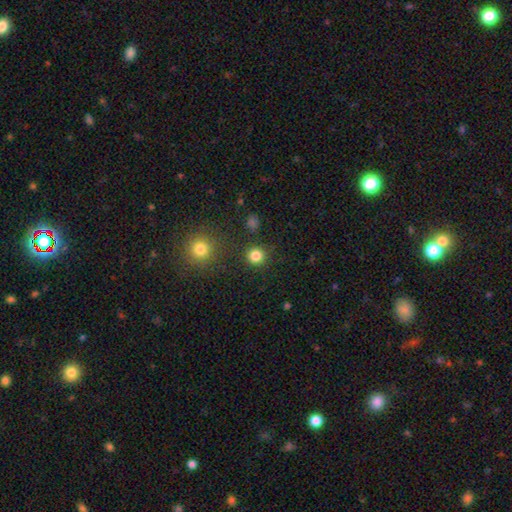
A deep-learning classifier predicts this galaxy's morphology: Smooth or featured? Predicted: smooth (p=0.82). How rounded? Predicted: round (p=0.94). Merging? Predicted: none (p=0.89).